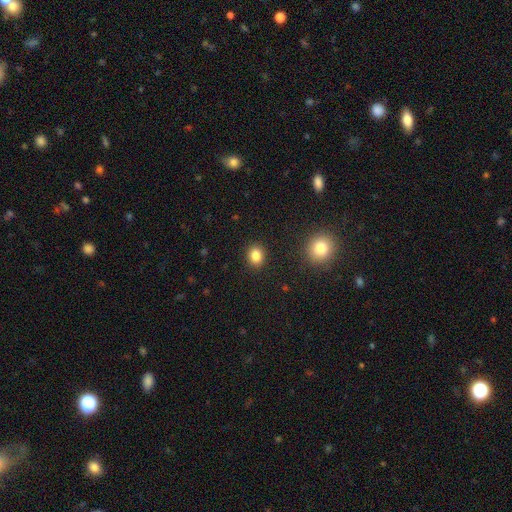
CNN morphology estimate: Overall: smooth (84%). How rounded: round (63%; in between 36%). Merging: none (90%).